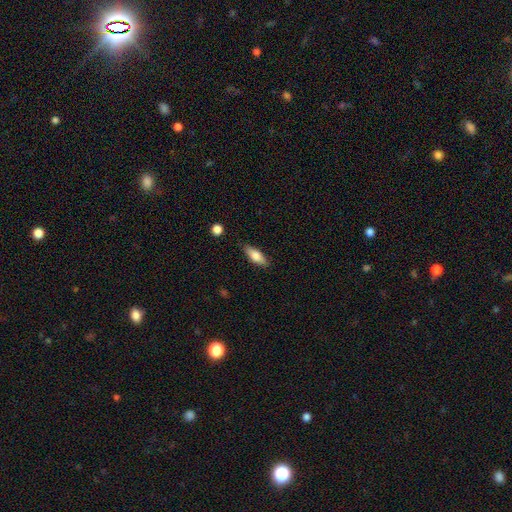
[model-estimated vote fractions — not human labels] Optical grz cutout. It shows a smooth galaxy with no disk features (75%) that is in between round and cigar-shaped (66%). Merging: none (83%).